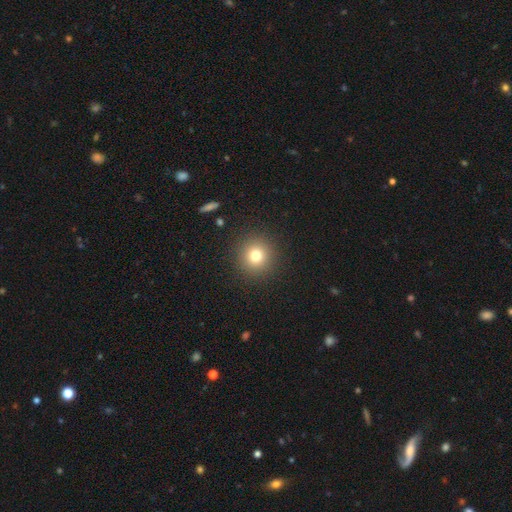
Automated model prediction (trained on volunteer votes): smooth 77%, star or artifact 14%, featured or disk 9%. Down the decision tree: how rounded — round (94%); merging — none (91%).